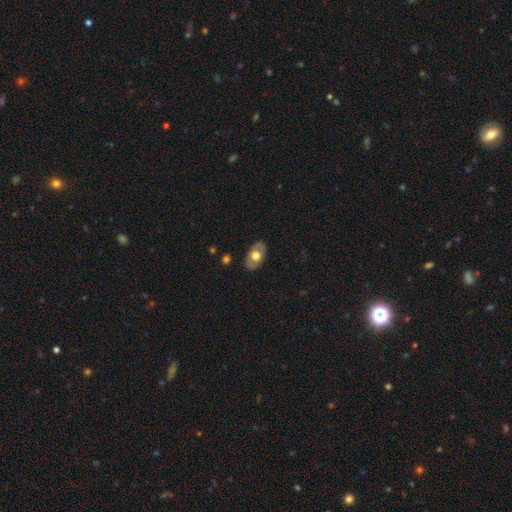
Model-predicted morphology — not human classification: Smooth or featured: smooth — 52% (featured or disk — 42%)
How rounded: in between — 89% (round — 9%)
Merging: none — 83% (minor disturbance — 13%)